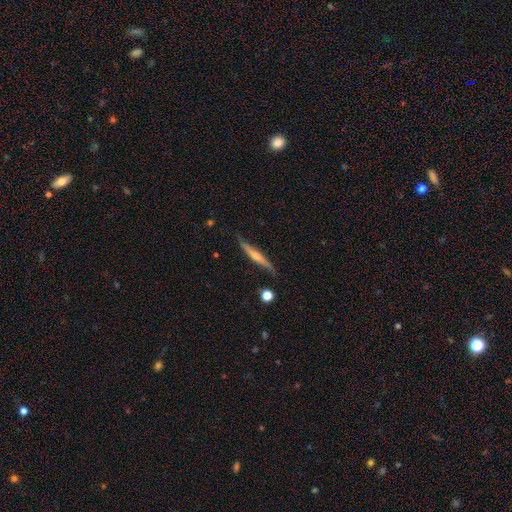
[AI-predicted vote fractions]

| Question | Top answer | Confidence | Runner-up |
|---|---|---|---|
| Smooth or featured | featured or disk | 68% | smooth (26%) |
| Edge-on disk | yes | 96% | no (4%) |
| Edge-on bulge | rounded | 76% | none (18%) |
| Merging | none | 83% | minor disturbance (13%) |